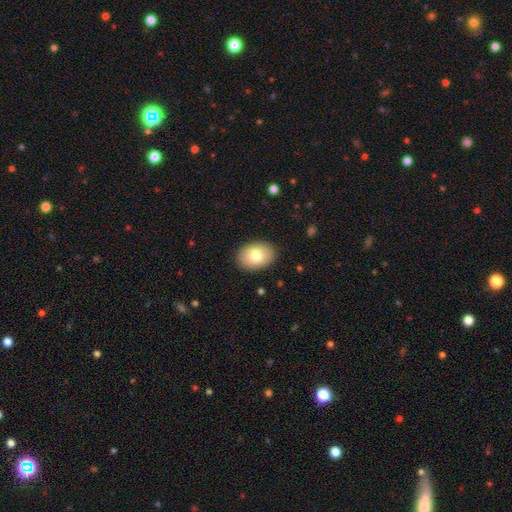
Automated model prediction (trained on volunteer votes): The model was most divided on "how rounded": in between: 77%, round: 22%, cigar-shaped: 1%. More confident: merging — none (89%); smooth or featured — smooth (79%).